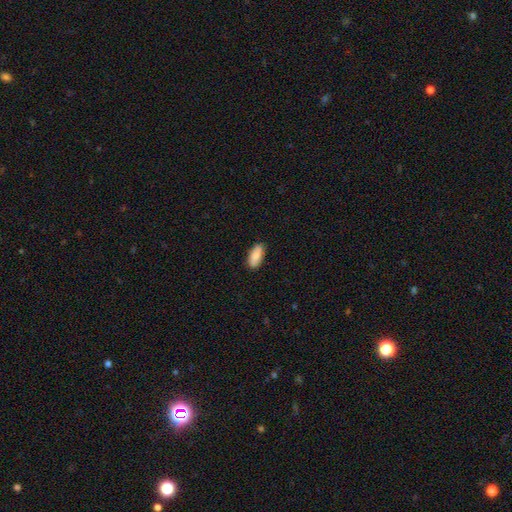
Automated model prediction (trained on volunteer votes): smooth 87%, featured or disk 7%, star or artifact 6%. Down the decision tree: how rounded — in between (85%); merging — none (86%).